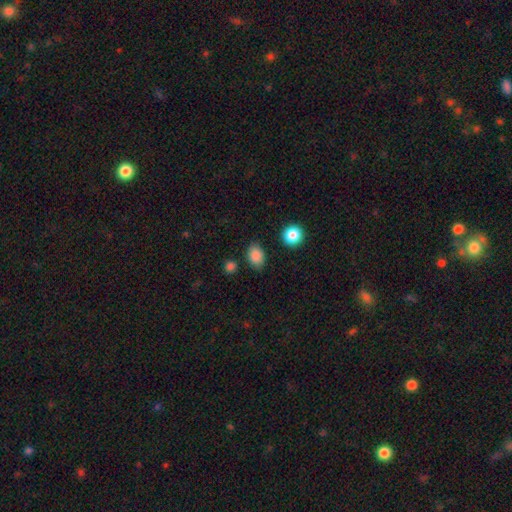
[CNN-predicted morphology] This is clearly a smooth galaxy (87%). How rounded: likely in between (73%). Merging: clearly none (81%).